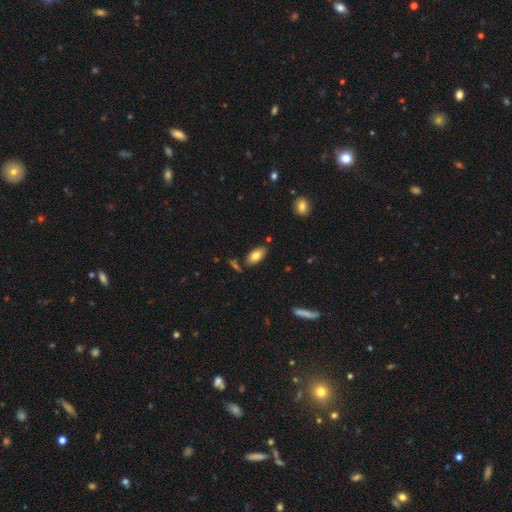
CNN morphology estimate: smooth_or_featured: smooth (p=0.80) [alt: featured or disk p=0.13]
how_rounded: in between (p=0.92) [alt: cigar-shaped p=0.05]
merging: none (p=0.78) [alt: minor disturbance p=0.12]